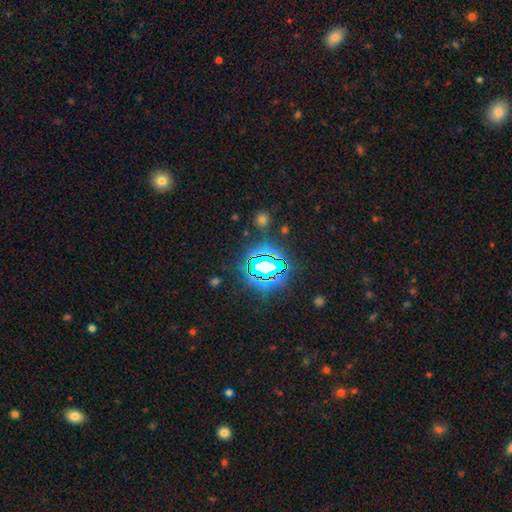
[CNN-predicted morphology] The model was most divided on "smooth or featured": star or artifact: 72%, smooth: 18%, featured or disk: 10%.